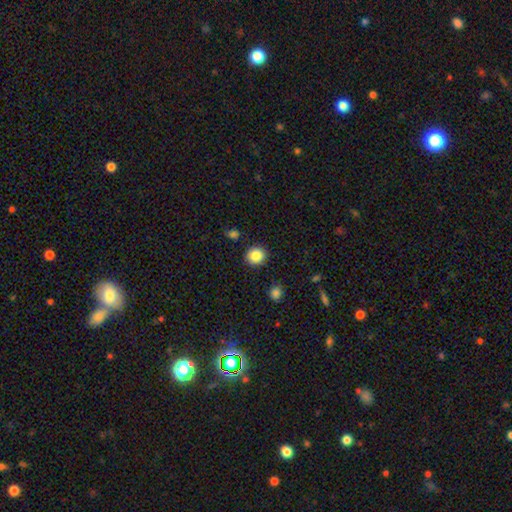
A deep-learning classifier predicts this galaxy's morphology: Smooth or featured: smooth — 86% (star or artifact — 9%)
How rounded: round — 88% (in between — 11%)
Merging: none — 89% (minor disturbance — 7%)